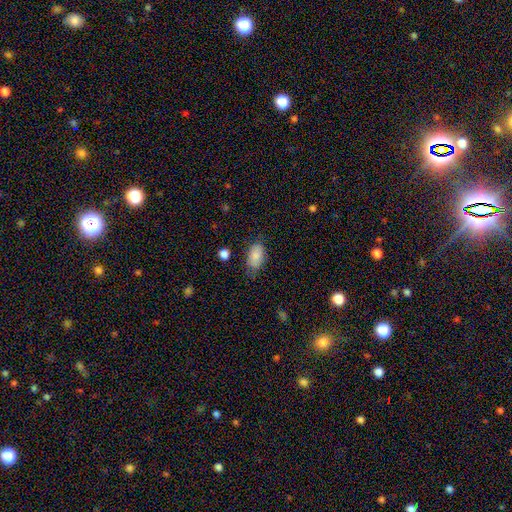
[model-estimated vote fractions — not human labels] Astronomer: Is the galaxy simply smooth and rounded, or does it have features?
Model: smooth — 85%.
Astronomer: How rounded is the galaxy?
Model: in between — 92%.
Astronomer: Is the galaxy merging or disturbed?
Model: none — 67%.